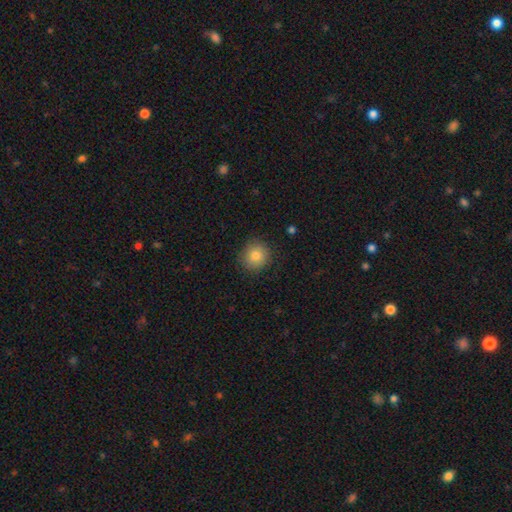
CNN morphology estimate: smooth_or_featured: smooth (p=0.82) [alt: star or artifact p=0.10]
how_rounded: round (p=0.91) [alt: in between p=0.08]
merging: none (p=0.87) [alt: minor disturbance p=0.10]